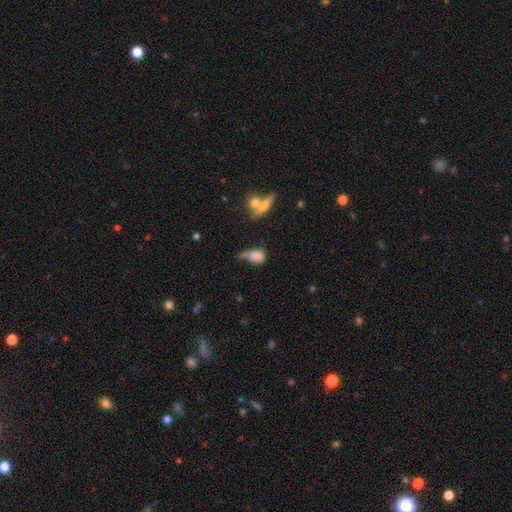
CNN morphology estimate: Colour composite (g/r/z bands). It shows a smooth galaxy with no disk features (75%) that is in between round and cigar-shaped (74%). Merging: minor disturbance (32%).